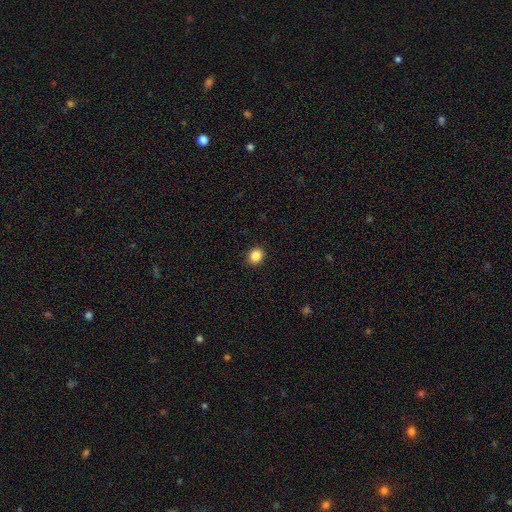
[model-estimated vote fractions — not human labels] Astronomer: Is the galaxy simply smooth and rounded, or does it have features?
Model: smooth — 87%.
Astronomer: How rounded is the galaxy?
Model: round — 75%.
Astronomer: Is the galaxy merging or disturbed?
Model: none — 92%.